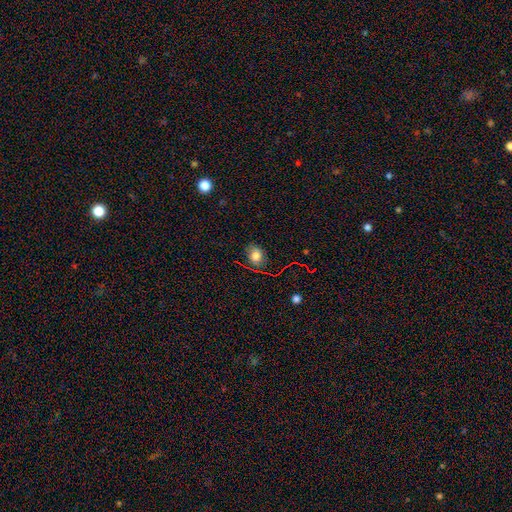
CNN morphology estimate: This appears to be a smooth galaxy with no disk features (75%) that is in between round and cigar-shaped (64%). Merging: none (73%).